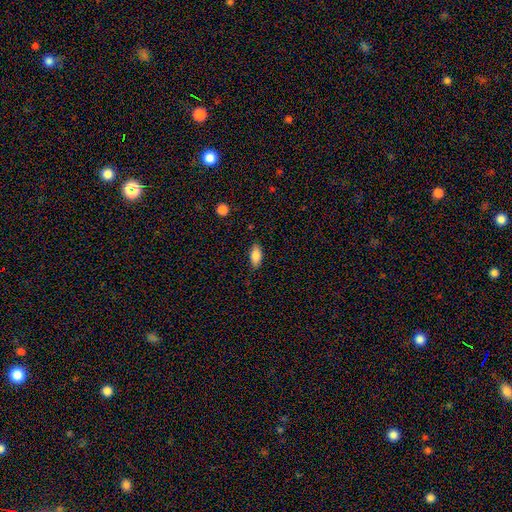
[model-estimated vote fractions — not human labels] A smooth galaxy with no disk features (85%) that is in between round and cigar-shaped (88%).

Vote fractions:
- Smooth or featured? smooth: 85% / featured or disk: 8% / star or artifact: 7%
- How rounded? in between: 88% / cigar-shaped: 9% / round: 3%
- Merging? none: 83% / minor disturbance: 13% / major disturbance: 3% / merger: 1%